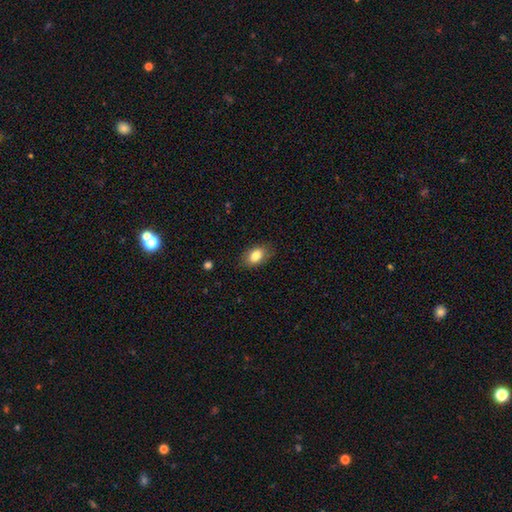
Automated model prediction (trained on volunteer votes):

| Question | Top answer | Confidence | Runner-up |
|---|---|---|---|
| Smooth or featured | smooth | 83% | featured or disk (9%) |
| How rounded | in between | 87% | round (11%) |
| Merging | none | 82% | minor disturbance (14%) |